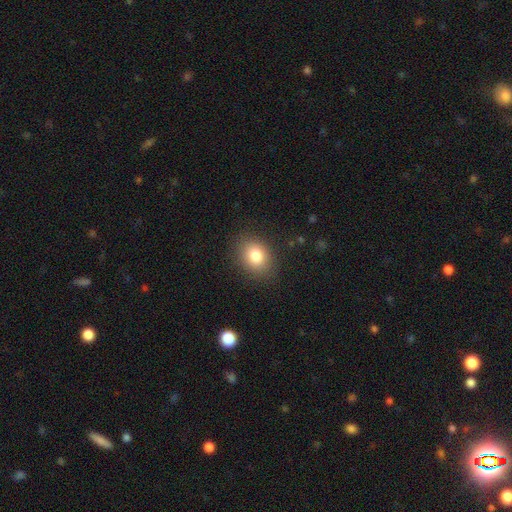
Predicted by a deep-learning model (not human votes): Q: Smooth or featured?
A: smooth (82%); runner-up: star or artifact (10%)
Q: How rounded?
A: in between (54%); runner-up: round (45%)
Q: Merging?
A: none (86%); runner-up: minor disturbance (10%)